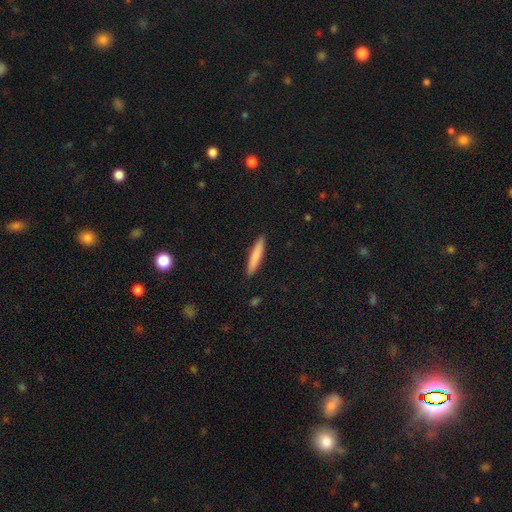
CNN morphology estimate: This is likely a smooth galaxy (79%). How rounded: clearly cigar-shaped (92%). Merging: clearly none (91%).